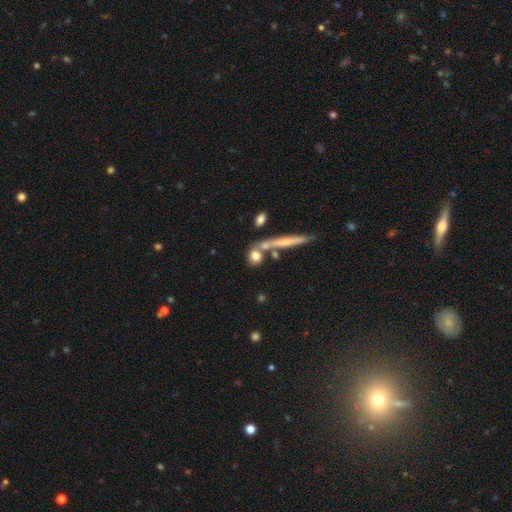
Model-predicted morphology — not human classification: smooth_or_featured: smooth (p=0.74) [alt: featured or disk p=0.17]
how_rounded: round (p=0.54) [alt: in between p=0.30]
merging: none (p=0.58) [alt: merger p=0.25]